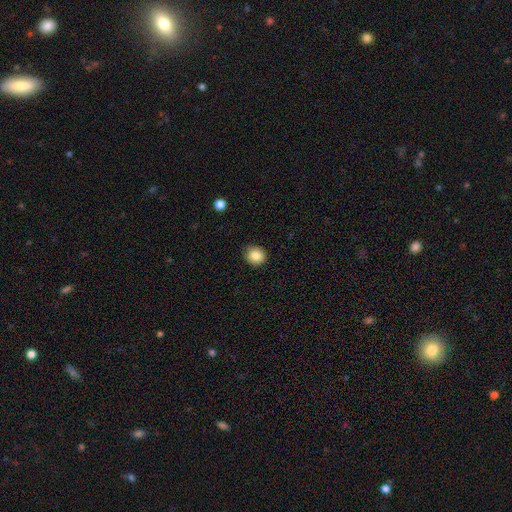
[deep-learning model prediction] smooth_or_featured: smooth (p=0.86) [alt: star or artifact p=0.10]
how_rounded: round (p=0.88) [alt: in between p=0.11]
merging: none (p=0.85) [alt: minor disturbance p=0.11]